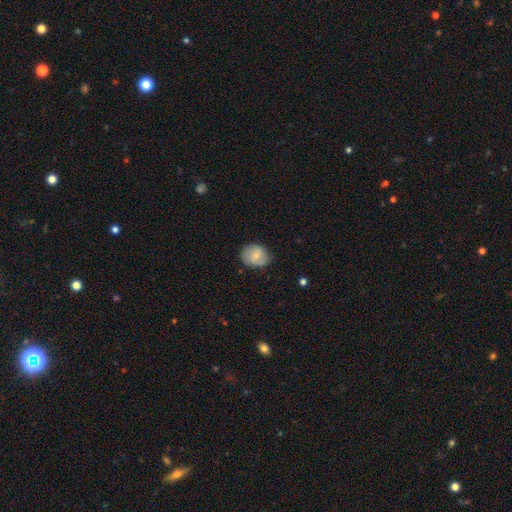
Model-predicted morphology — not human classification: Smooth or featured? Predicted: smooth (p=0.68). How rounded? Predicted: round (p=0.58). Merging? Predicted: none (p=0.68).